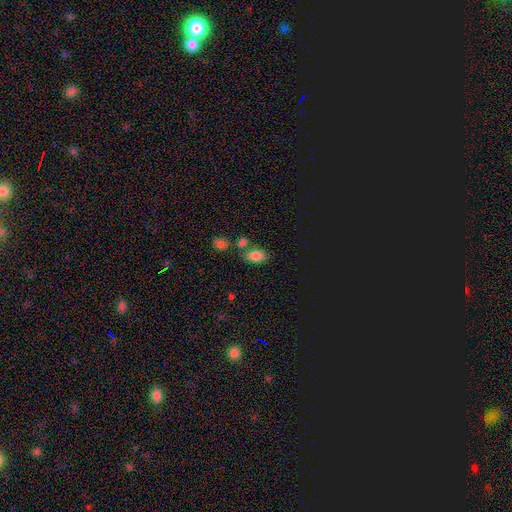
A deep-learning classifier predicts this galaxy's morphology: Q: Smooth or featured?
A: smooth (83%); runner-up: star or artifact (10%)
Q: How rounded?
A: in between (85%); runner-up: round (13%)
Q: Merging?
A: none (64%); runner-up: merger (17%)